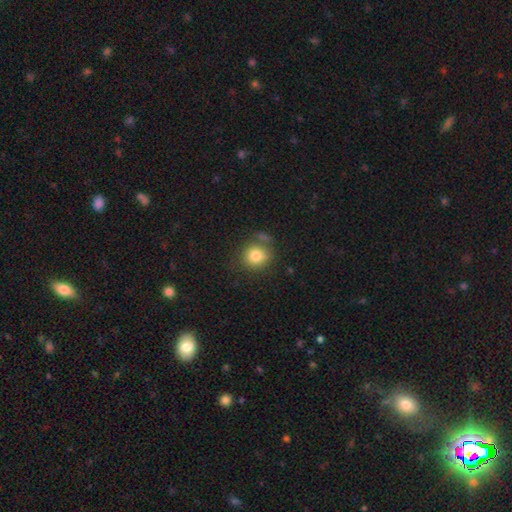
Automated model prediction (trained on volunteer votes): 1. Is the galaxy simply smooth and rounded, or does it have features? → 81% smooth, 10% star or artifact, 9% featured or disk.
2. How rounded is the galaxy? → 86% round, 13% in between, 1% cigar-shaped.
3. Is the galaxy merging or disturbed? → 70% none, 15% minor disturbance, 9% merger, 6% major disturbance.